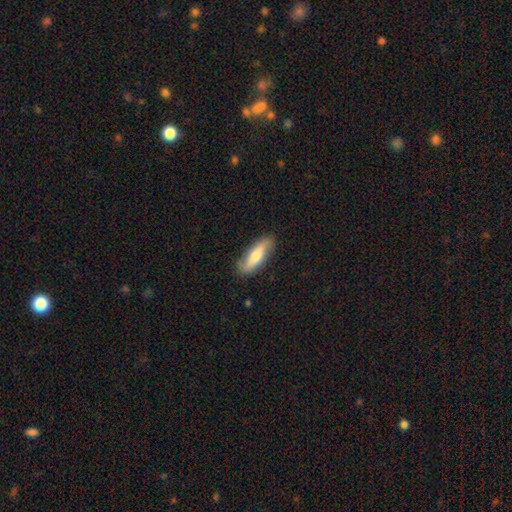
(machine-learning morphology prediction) smooth 65%, featured or disk 29%, star or artifact 6%. Down the decision tree: how rounded — in between (49%); merging — none (82%).